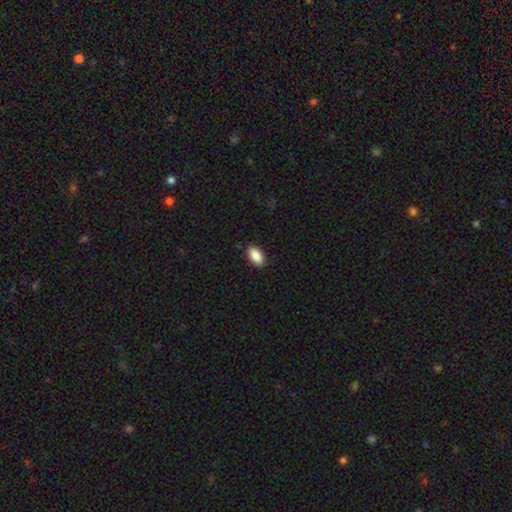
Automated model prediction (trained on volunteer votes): Q: Smooth or featured?
A: smooth (88%); runner-up: star or artifact (7%)
Q: How rounded?
A: in between (93%); runner-up: cigar-shaped (4%)
Q: Merging?
A: none (88%); runner-up: minor disturbance (9%)